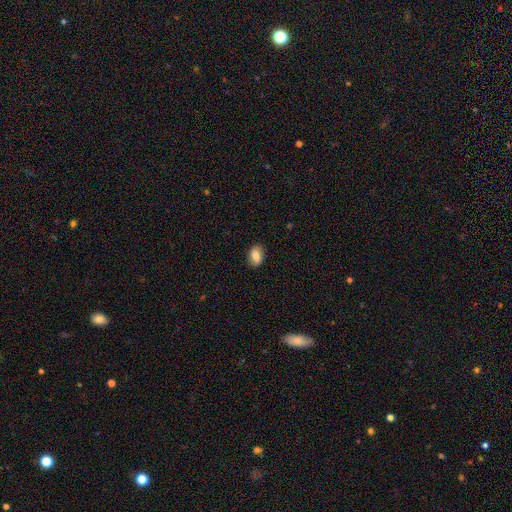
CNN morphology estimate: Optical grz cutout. It shows a smooth galaxy with no disk features (81%) that is in between round and cigar-shaped (85%). Merging: none (85%).